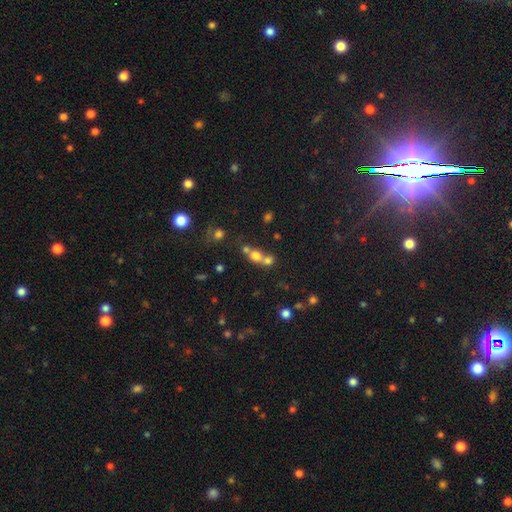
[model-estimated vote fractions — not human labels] Smooth or featured?
  - smooth: 68% *
  - star or artifact: 18%
  - featured or disk: 15%
How rounded?
  - round: 73% *
  - in between: 25%
  - cigar-shaped: 2%
Merging?
  - merger: 59% *
  - none: 31%
  - minor disturbance: 6%
  - major disturbance: 4%